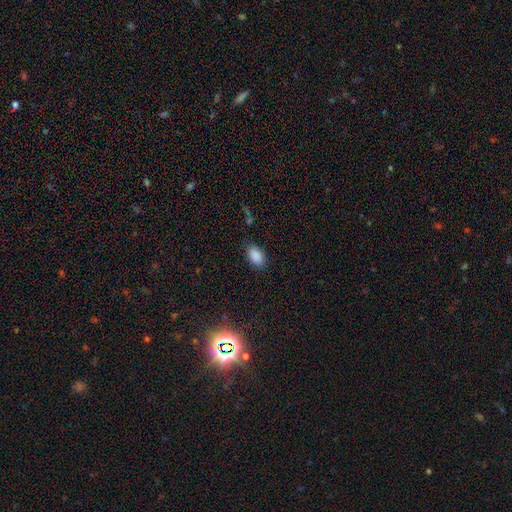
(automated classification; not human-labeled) Smooth or featured? smooth (88%)
How rounded? in between (93%)
Merging? none (84%)